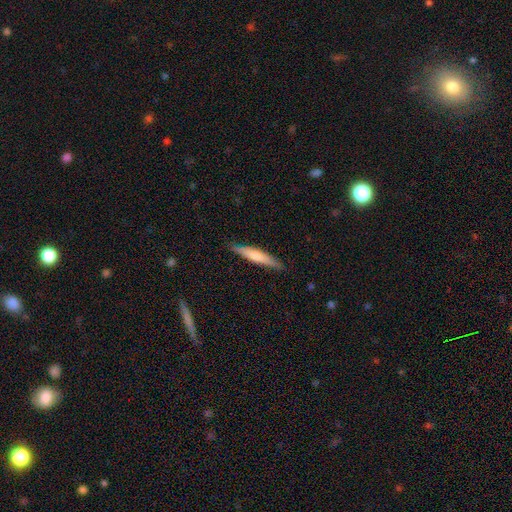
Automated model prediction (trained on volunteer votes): Smooth or featured? Predicted: smooth (p=0.59). How rounded? Predicted: cigar-shaped (p=0.91). Merging? Predicted: none (p=0.88).